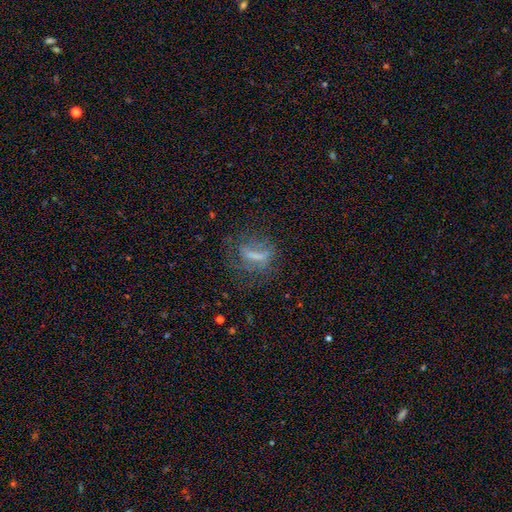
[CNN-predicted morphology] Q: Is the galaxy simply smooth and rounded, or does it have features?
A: featured or disk — 48%.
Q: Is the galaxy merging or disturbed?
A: none — 48%.